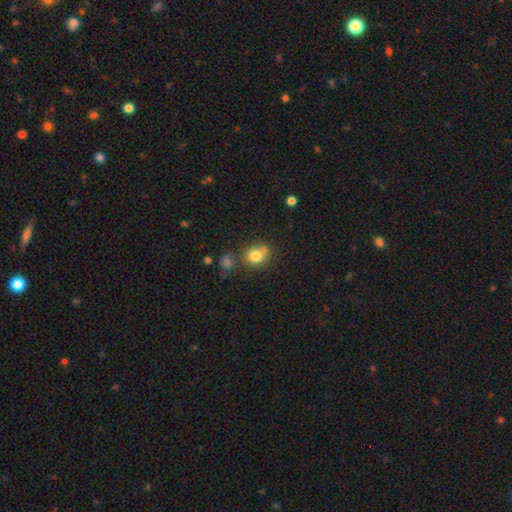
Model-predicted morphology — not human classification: smooth_or_featured: smooth (p=0.80) [alt: star or artifact p=0.11]
how_rounded: round (p=0.68) [alt: in between p=0.31]
merging: none (p=0.56) [alt: minor disturbance p=0.19]